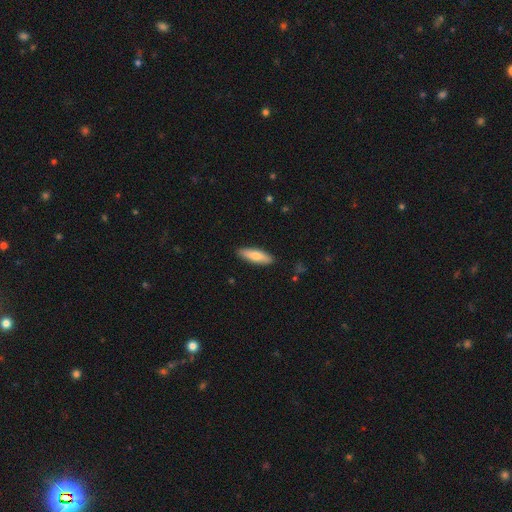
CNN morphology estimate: smooth_or_featured: smooth (p=0.77) [alt: featured or disk p=0.18]
how_rounded: cigar-shaped (p=0.53) [alt: in between p=0.45]
merging: none (p=0.88) [alt: minor disturbance p=0.09]